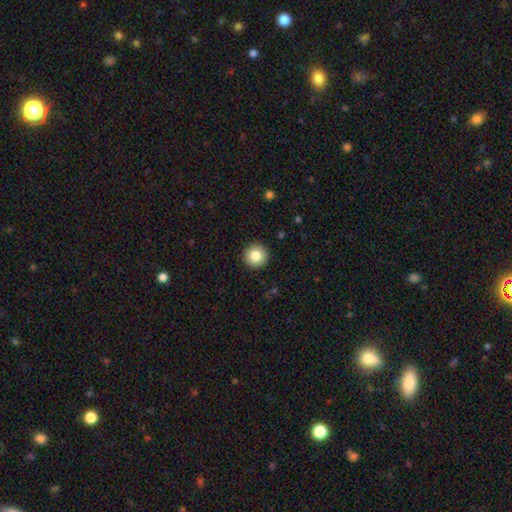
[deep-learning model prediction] A smooth galaxy with no disk features (83%) that is round (96%).

Vote fractions:
- Smooth or featured? smooth: 83% / star or artifact: 9% / featured or disk: 8%
- How rounded? round: 96% / in between: 3% / cigar-shaped: 1%
- Merging? none: 93% / minor disturbance: 4% / major disturbance: 1% / merger: 1%